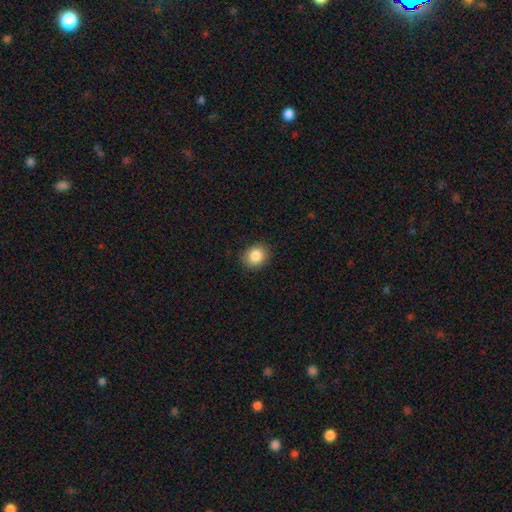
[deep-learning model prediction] Overall: smooth (86%). How rounded: round (66%; in between 34%). Merging: none (86%).